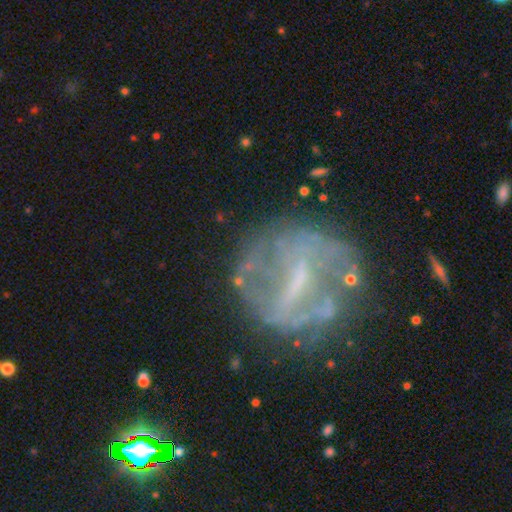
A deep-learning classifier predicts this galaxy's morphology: This is likely a featured or disk galaxy (69%). It is clearly not viewed edge-on (95%). Bar: marginally strong (41%). Spiral arm pattern: possibly no (57%). Central bulge: possibly none (48%). Merging: possibly none (57%).